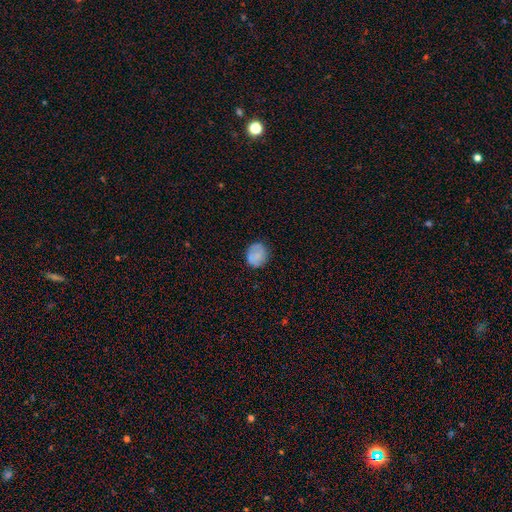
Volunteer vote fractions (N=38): Smooth or featured: smooth — 74% (featured or disk — 21%)
How rounded: round — 79% (in between — 21%)
Merging: none — 83% (minor disturbance — 11%)